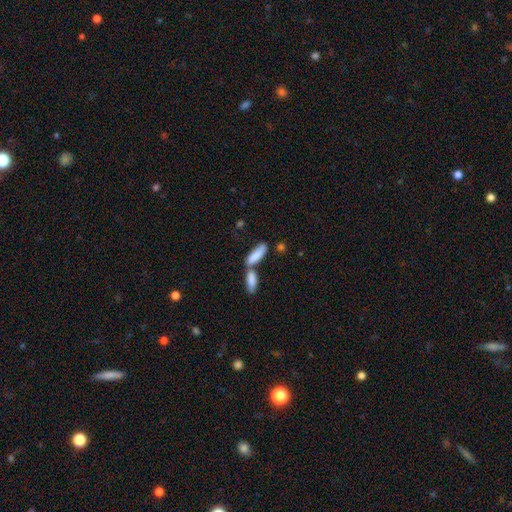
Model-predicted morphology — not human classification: A smooth galaxy with no disk features (82%) that is in between round and cigar-shaped (51%). Merging: merger (51%).